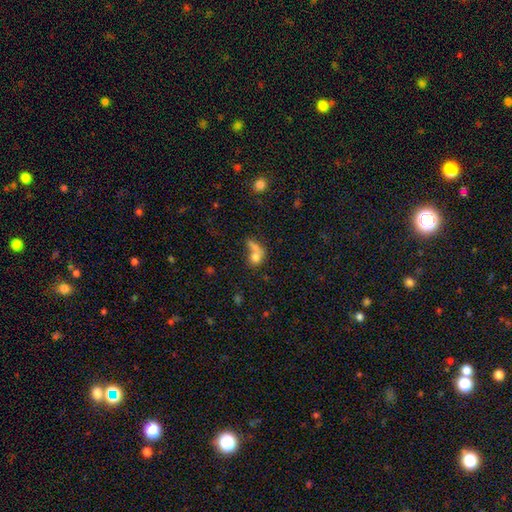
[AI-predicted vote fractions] A smooth galaxy with no disk features (72%) that is round (53%). Merging: merger (45%).